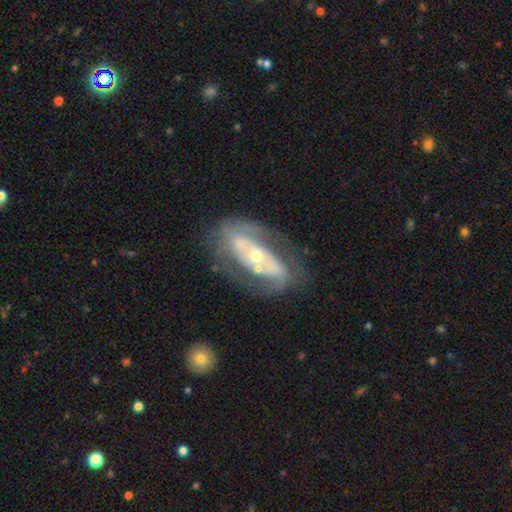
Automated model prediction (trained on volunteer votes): A featured or disk galaxy (81%) with no bar (51%), 2 (73%) medium (39%, tied with tight) spiral arms (75%) and a small central bulge (49%).

Vote fractions:
- Smooth or featured? featured or disk: 81% / smooth: 14% / star or artifact: 6%
- Edge-on disk? no: 91% / yes: 9%
- Bar? no: 51% / strong: 28% / weak: 22%
- Spiral arms? yes: 75% / no: 25%
- Spiral winding? medium: 39% (tied) / tight: 39% (tied) / loose: 22%
- Spiral arm count? 2: 73% / can't tell: 17% / 1: 4% / 3: 3% / 4: 1% / more than 4: 1%
- Bulge size? small: 49% / moderate: 45% / large: 3% / none: 1% / dominant: 1%
- Merging? none: 59% / minor disturbance: 18% / major disturbance: 13% / merger: 10%